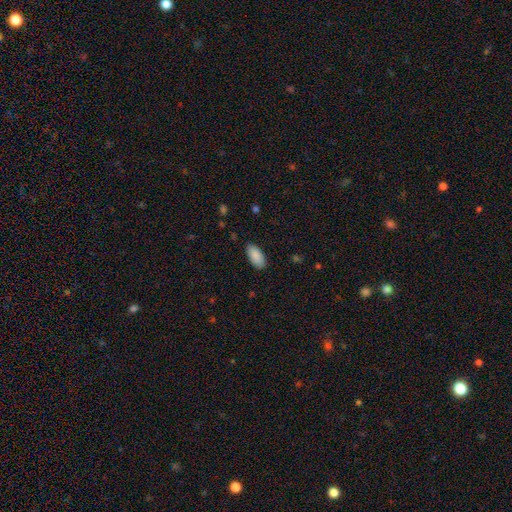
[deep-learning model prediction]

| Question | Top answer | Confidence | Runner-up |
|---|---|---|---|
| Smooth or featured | smooth | 90% | star or artifact (6%) |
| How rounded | in between | 92% | cigar-shaped (7%) |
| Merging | none | 87% | minor disturbance (10%) |